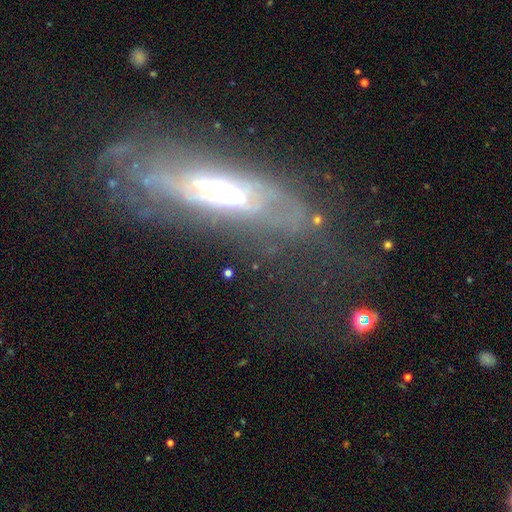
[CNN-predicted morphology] smooth_or_featured: featured or disk (p=0.76) [alt: smooth p=0.16]
disk_edge_on: no (p=0.64) [alt: yes p=0.36]
merging: none (p=0.54) [alt: major disturbance p=0.22]